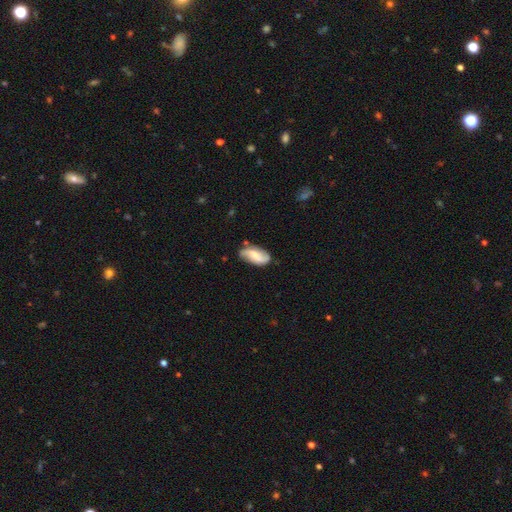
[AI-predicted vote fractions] Smooth or featured?
  - featured or disk: 62% *
  - smooth: 31%
  - star or artifact: 7%
Edge-on disk?
  - no: 95% *
  - yes: 5%
Bar?
  - weak: 41% * (tied)
  - no: 41% * (tied)
  - strong: 17%
Spiral arms?
  - yes: 93% *
  - no: 7%
Spiral winding?
  - loose: 55% *
  - medium: 31%
  - tight: 14%
Spiral arm count?
  - 2: 87% *
  - can't tell: 6%
  - 1: 3%
  - 3: 2%
  - 4: 1%
  - more than 4: 1%
Bulge size?
  - small: 43% *
  - moderate: 31%
  - none: 18%
  - large: 6%
  - dominant: 2%
Merging?
  - none: 72% *
  - minor disturbance: 21%
  - major disturbance: 5%
  - merger: 2%